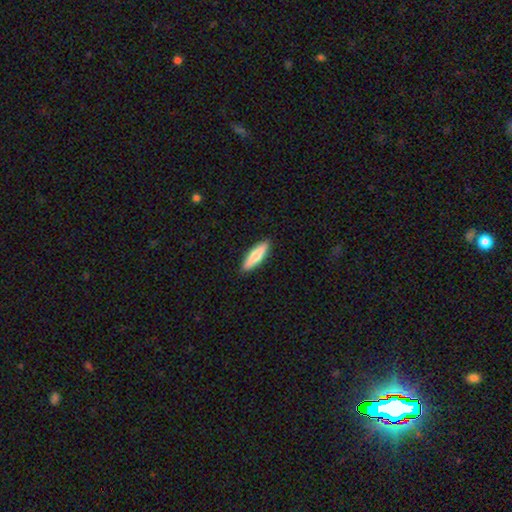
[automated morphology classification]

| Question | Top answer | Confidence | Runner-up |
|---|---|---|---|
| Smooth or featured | smooth | 62% | featured or disk (33%) |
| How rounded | cigar-shaped | 69% | in between (29%) |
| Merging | none | 90% | minor disturbance (7%) |